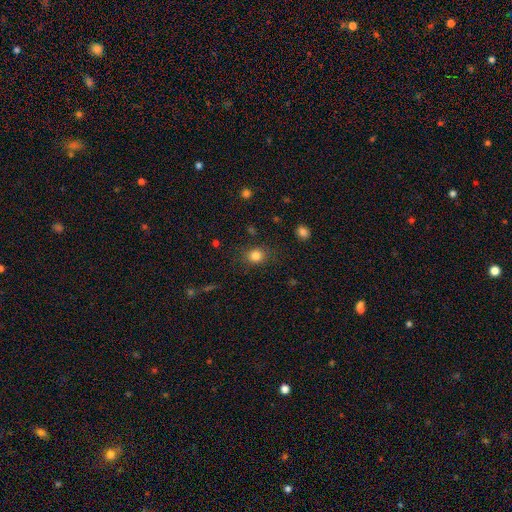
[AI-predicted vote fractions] smooth 82%, star or artifact 12%, featured or disk 6%. Down the decision tree: how rounded — round (69%); merging — none (83%).